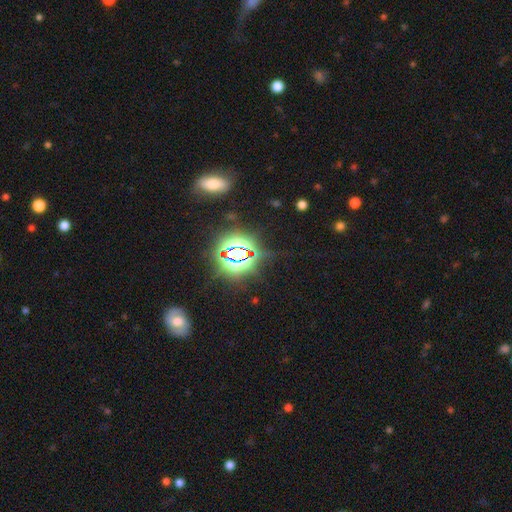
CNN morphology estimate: Smooth or featured: star or artifact — 79% (smooth — 13%)